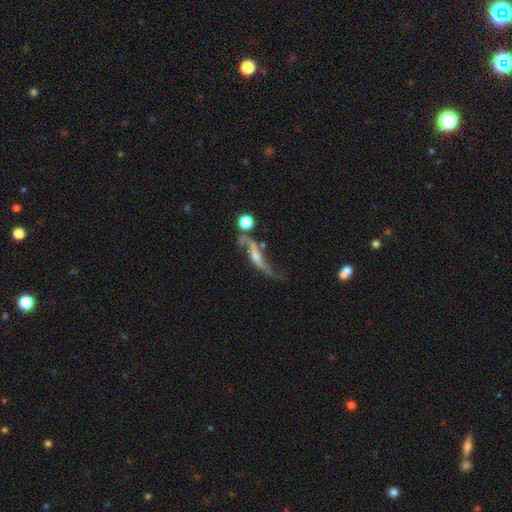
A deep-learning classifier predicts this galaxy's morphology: This is likely a featured or disk galaxy (78%). It is possibly not viewed edge-on (58%). Merging: marginally none (38%).